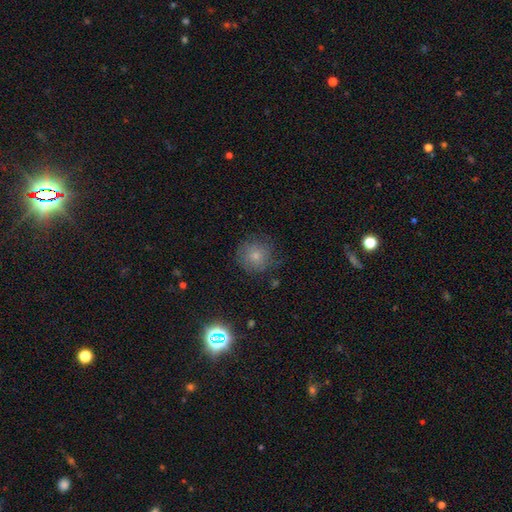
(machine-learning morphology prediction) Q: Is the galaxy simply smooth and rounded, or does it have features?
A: smooth — 72%.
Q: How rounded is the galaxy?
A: round — 93%.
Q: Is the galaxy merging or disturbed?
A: none — 76%.